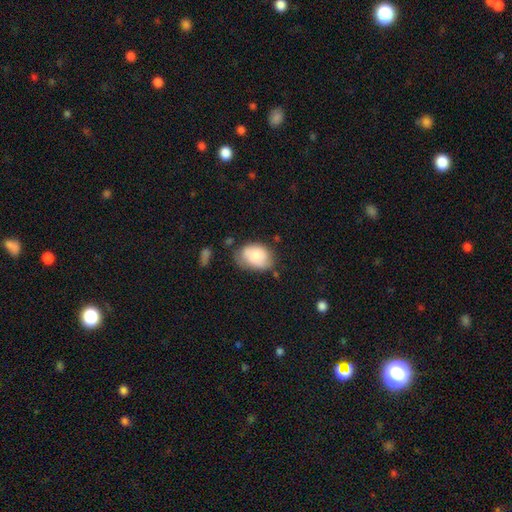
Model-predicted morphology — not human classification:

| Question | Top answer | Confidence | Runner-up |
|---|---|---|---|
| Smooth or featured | smooth | 77% | featured or disk (16%) |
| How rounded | in between | 80% | round (19%) |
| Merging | none | 54% | minor disturbance (31%) |